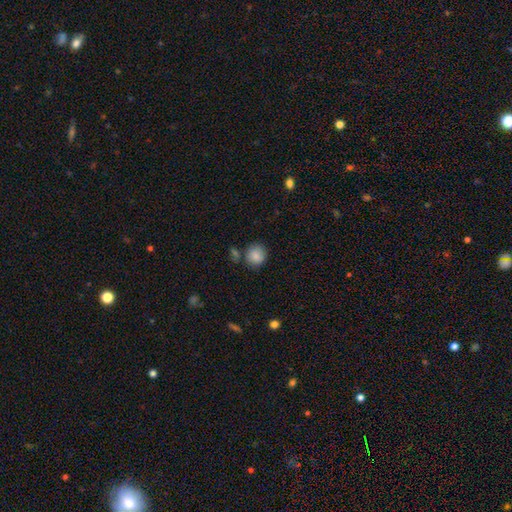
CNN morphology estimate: This is clearly a smooth galaxy (87%). How rounded: clearly round (86%). Merging: likely none (76%).